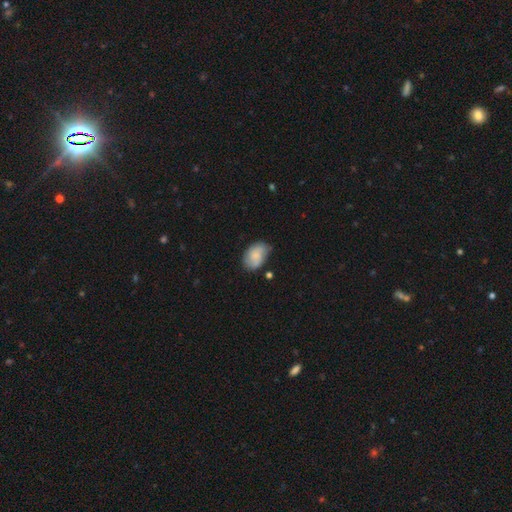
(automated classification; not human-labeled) Smooth or featured? Predicted: smooth (p=0.67). How rounded? Predicted: in between (p=0.85). Merging? Predicted: none (p=0.58).